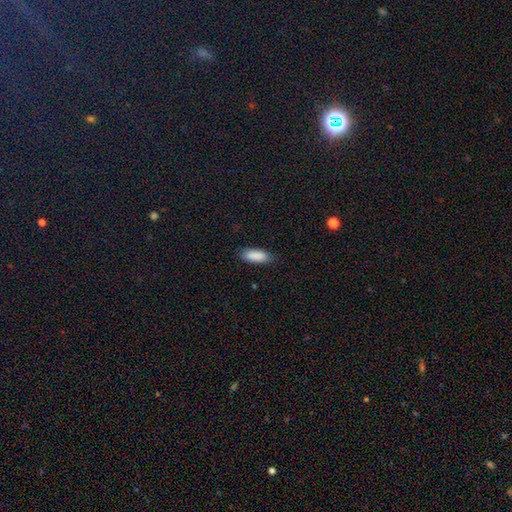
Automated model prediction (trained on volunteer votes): smooth 90%, star or artifact 6%, featured or disk 4%. Down the decision tree: how rounded — in between (74%); merging — none (84%).